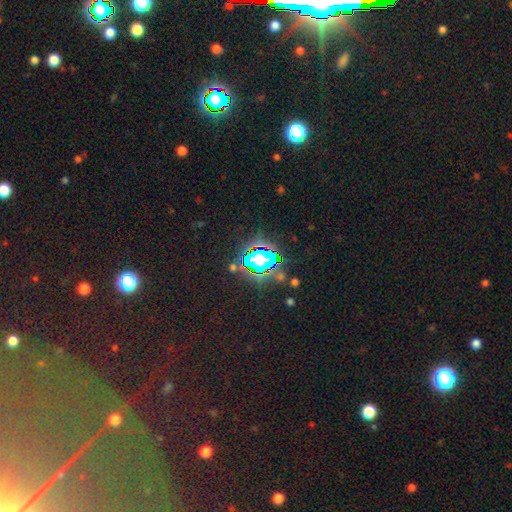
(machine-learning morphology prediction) Smooth or featured?
  - star or artifact: 62% *
  - smooth: 24%
  - featured or disk: 14%